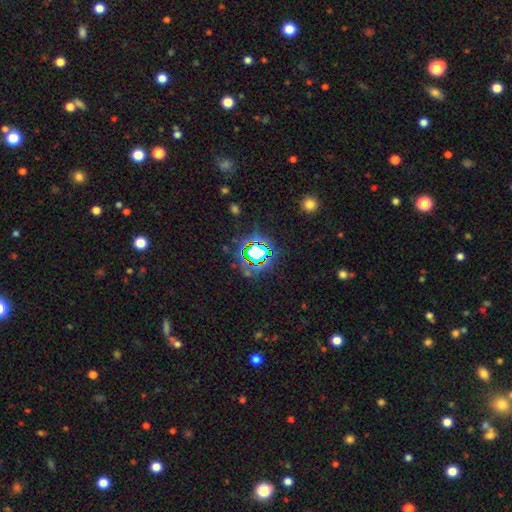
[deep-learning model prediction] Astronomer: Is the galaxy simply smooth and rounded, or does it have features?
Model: star or artifact — 71%.